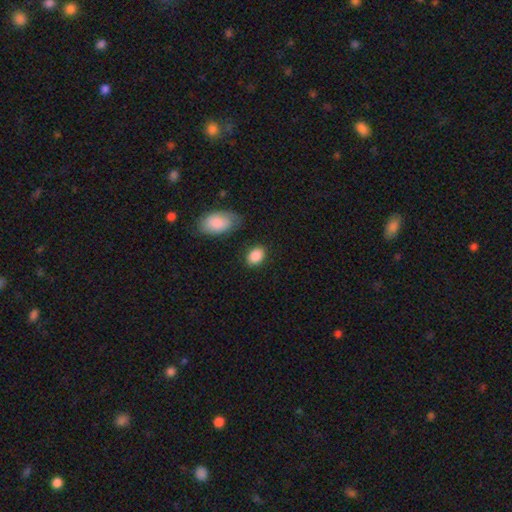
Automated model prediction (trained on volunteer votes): This appears to be a smooth galaxy with no disk features (88%) that is in between round and cigar-shaped (76%). Merging: none (81%).